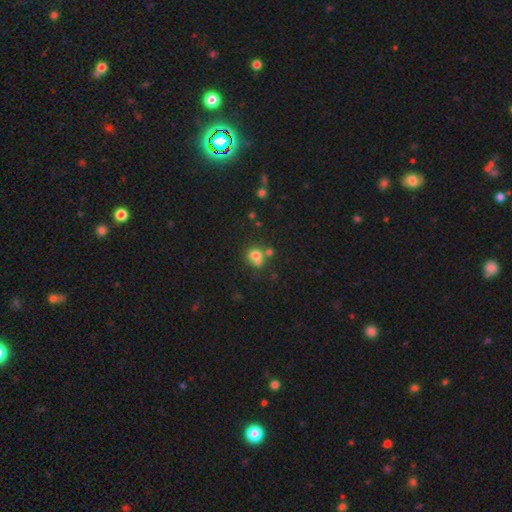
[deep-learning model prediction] Smooth or featured? smooth (72%)
How rounded? round (75%)
Merging? none (42%)